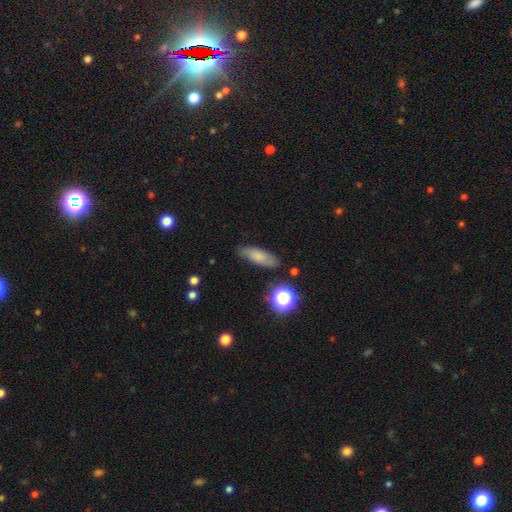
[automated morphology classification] Smooth or featured? Predicted: smooth (p=0.69). How rounded? Predicted: in between (p=0.54). Merging? Predicted: none (p=0.82).